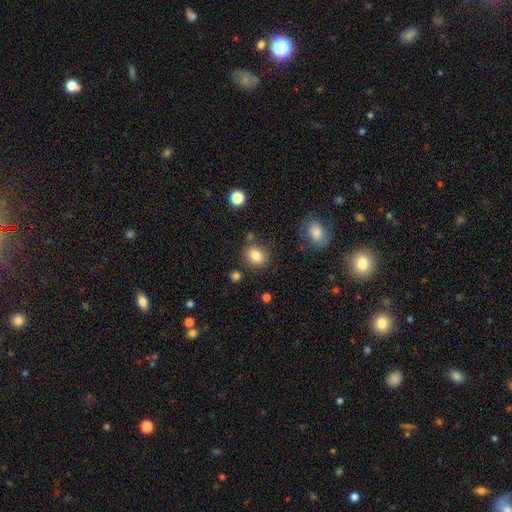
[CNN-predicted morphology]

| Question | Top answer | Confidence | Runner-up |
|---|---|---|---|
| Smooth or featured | smooth | 83% | star or artifact (10%) |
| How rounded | round | 52% | in between (47%) |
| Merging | none | 80% | minor disturbance (11%) |